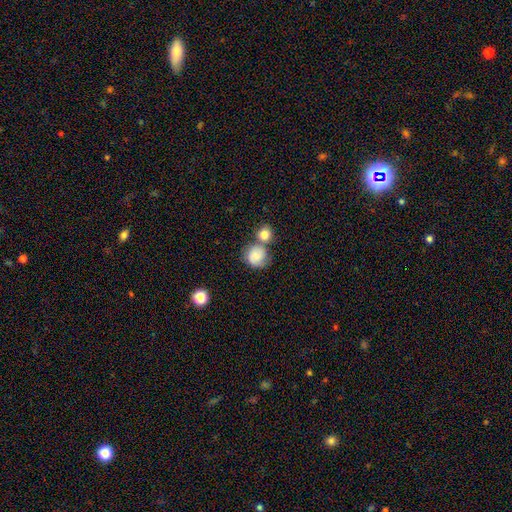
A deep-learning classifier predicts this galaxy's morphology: Smooth or featured: smooth — 66% (featured or disk — 25%)
How rounded: round — 84% (in between — 15%)
Merging: none — 44% (merger — 33%)